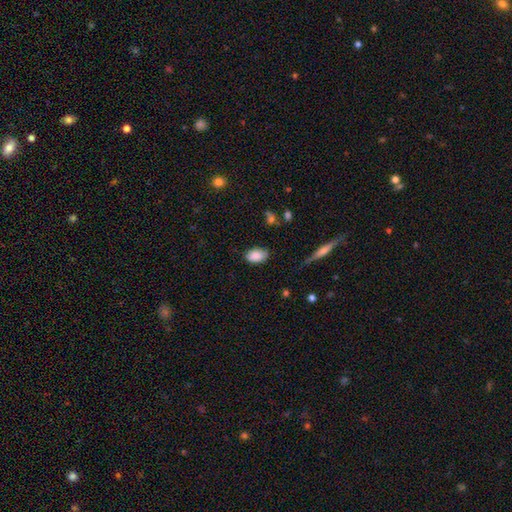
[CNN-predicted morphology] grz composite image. It shows a smooth galaxy with no disk features (87%) that is in between round and cigar-shaped (90%). Merging: none (80%).